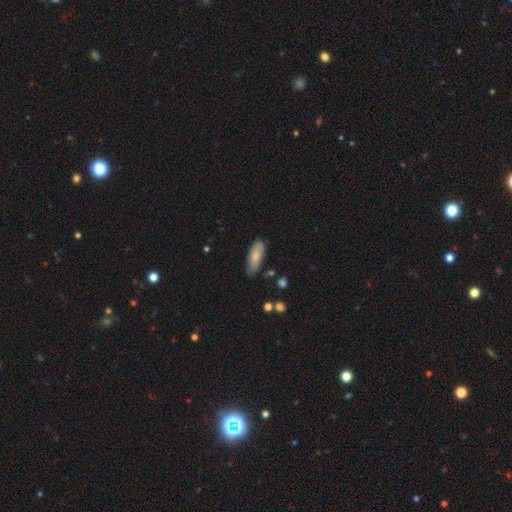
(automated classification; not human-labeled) A smooth galaxy with no disk features (78%) that is in between round and cigar-shaped (69%). Merging: none (71%).